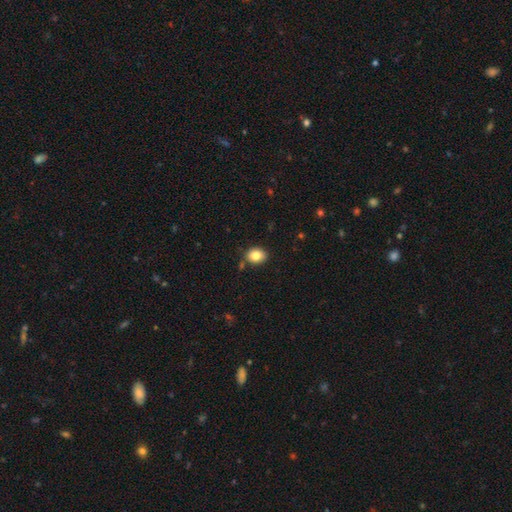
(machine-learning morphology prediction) A smooth galaxy with no disk features (84%) that is in between round and cigar-shaped (58%). Merging: none (81%).